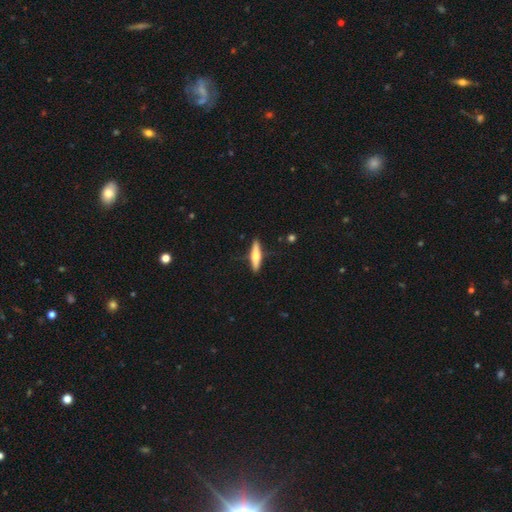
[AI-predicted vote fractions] Overall: smooth (48%; featured or disk 47%). Merging: none (88%).